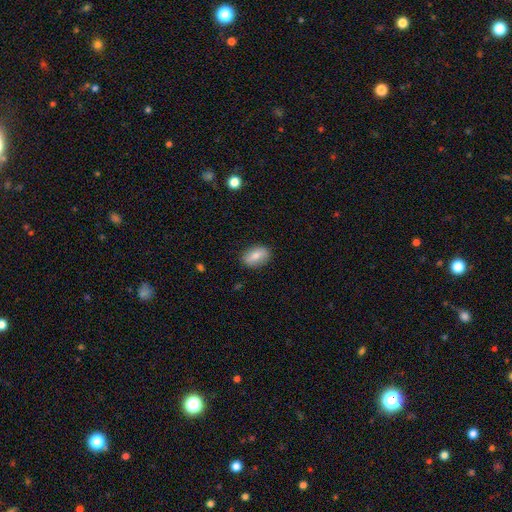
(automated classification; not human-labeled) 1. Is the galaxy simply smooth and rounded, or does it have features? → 74% smooth, 18% featured or disk, 7% star or artifact.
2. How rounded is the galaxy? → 86% in between, 10% round, 3% cigar-shaped.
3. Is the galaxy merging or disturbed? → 86% none, 10% minor disturbance, 3% major disturbance, 1% merger.